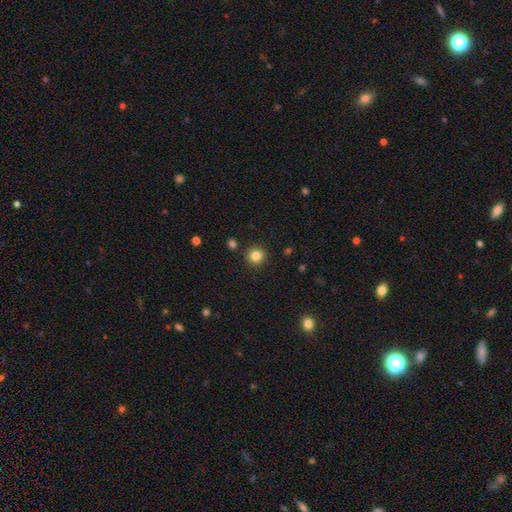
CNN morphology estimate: type=smooth (84%); roundness=round (93%); merging=none (90%).